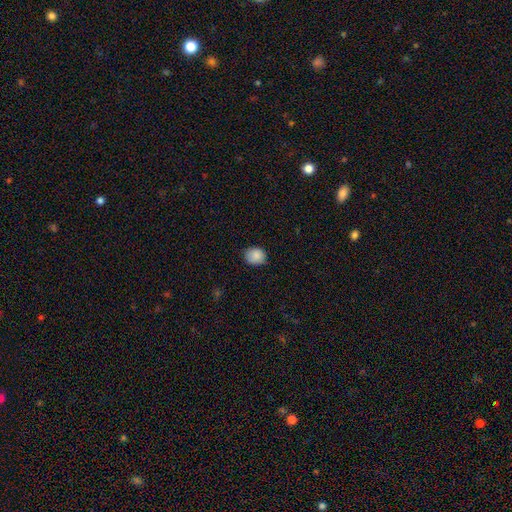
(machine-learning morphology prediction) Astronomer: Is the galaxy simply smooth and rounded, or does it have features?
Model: smooth — 87%.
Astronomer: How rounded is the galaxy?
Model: round — 60% (runner-up: in between, 39%).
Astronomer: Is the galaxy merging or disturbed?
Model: none — 78%.